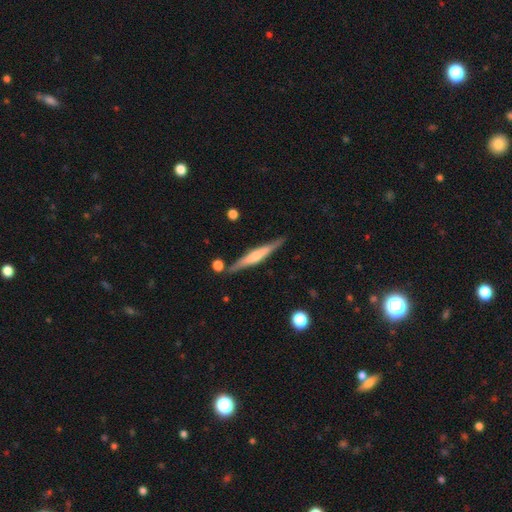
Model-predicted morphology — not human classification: A featured or disk galaxy (61%) viewed edge-on (97%) with a rounded central bulge (59%). Merging: none (83%).